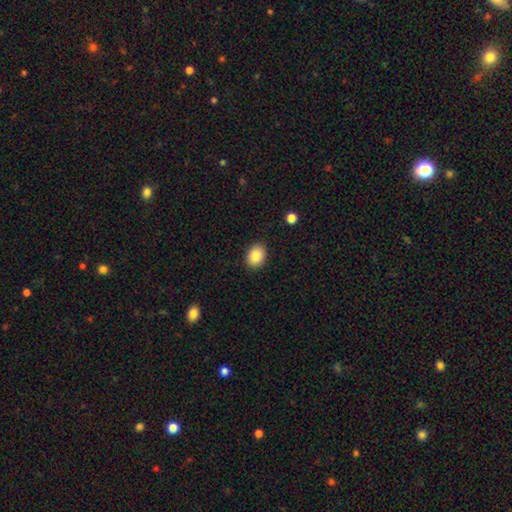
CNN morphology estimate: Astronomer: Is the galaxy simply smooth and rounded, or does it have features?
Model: smooth — 87%.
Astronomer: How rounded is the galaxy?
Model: in between — 63%.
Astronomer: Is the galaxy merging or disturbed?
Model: none — 89%.